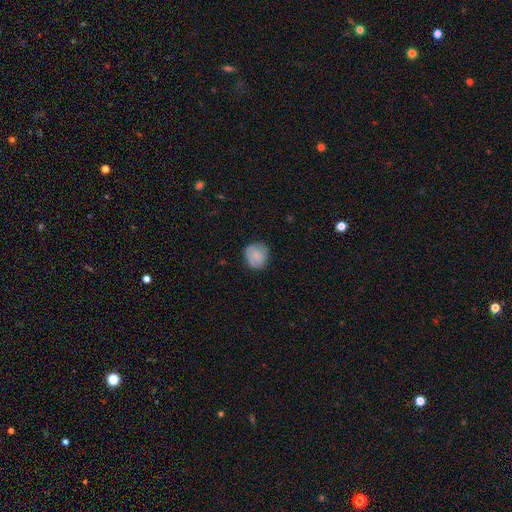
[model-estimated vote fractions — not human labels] smooth_or_featured: smooth (p=0.77) [alt: featured or disk p=0.16]
how_rounded: round (p=0.86) [alt: in between p=0.13]
merging: none (p=0.79) [alt: minor disturbance p=0.16]